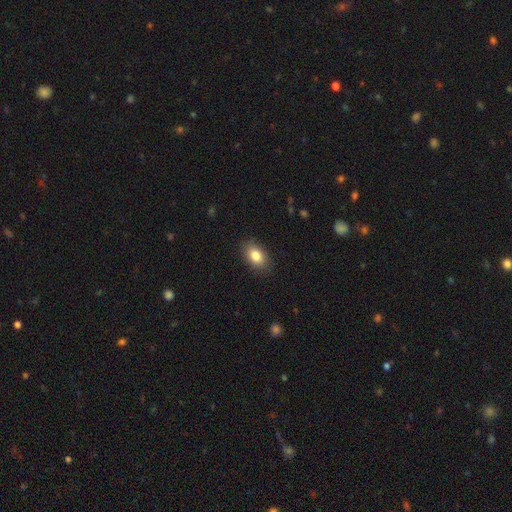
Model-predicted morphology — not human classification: This is clearly a smooth galaxy (84%). How rounded: clearly in between (87%). Merging: clearly none (86%).